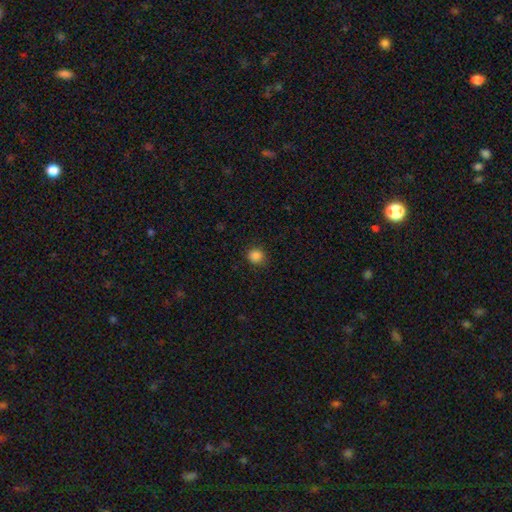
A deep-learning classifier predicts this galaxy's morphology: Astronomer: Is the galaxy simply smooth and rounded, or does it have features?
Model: smooth — 85%.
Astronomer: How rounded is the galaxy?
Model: round — 88%.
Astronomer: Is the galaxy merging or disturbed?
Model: none — 87%.